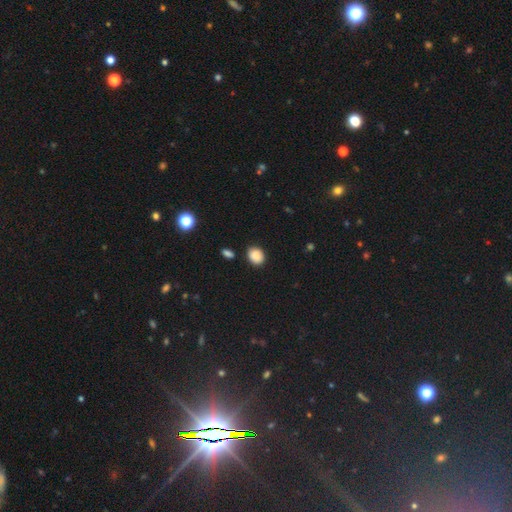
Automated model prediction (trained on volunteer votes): The model was most divided on "how rounded": round: 57%, in between: 42%, cigar-shaped: 1%. More confident: smooth or featured — smooth (87%); merging — none (84%).